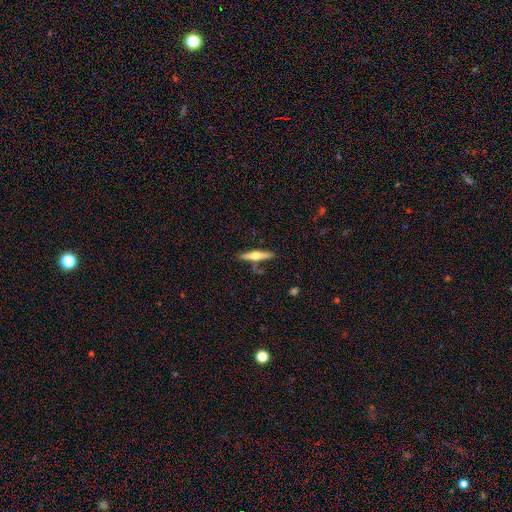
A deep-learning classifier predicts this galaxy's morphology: The model was most divided on "smooth or featured": featured or disk: 58%, smooth: 37%, star or artifact: 5%. More confident: edge-on disk — yes (96%); edge-on bulge — rounded (92%); merging — none (78%).